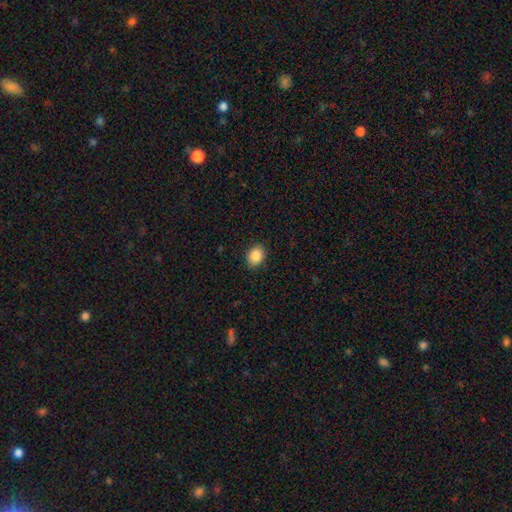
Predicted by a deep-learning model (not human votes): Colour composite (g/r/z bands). It shows a smooth galaxy with no disk features (88%) that is in between round and cigar-shaped (57%). Merging: none (88%).